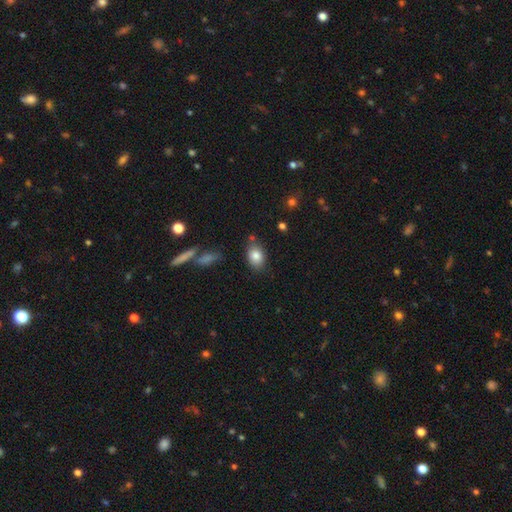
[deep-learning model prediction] Overall: smooth (83%). How rounded: in between (79%). Merging: none (77%).